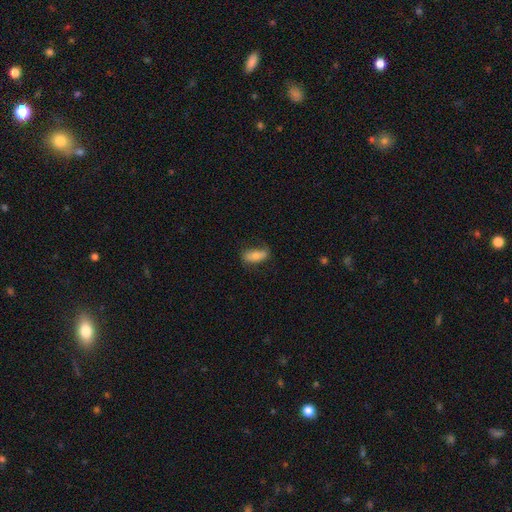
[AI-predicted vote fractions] Smooth or featured?
  - smooth: 72% *
  - featured or disk: 21%
  - star or artifact: 7%
How rounded?
  - in between: 77% *
  - cigar-shaped: 20%
  - round: 3%
Merging?
  - none: 63% *
  - minor disturbance: 26%
  - major disturbance: 8%
  - merger: 2%